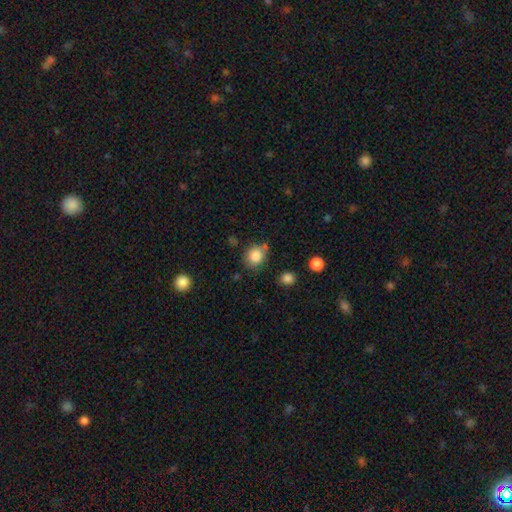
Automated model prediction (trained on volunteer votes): Morphology: type=smooth (84%); roundness=round (76%); merging=none (71%).